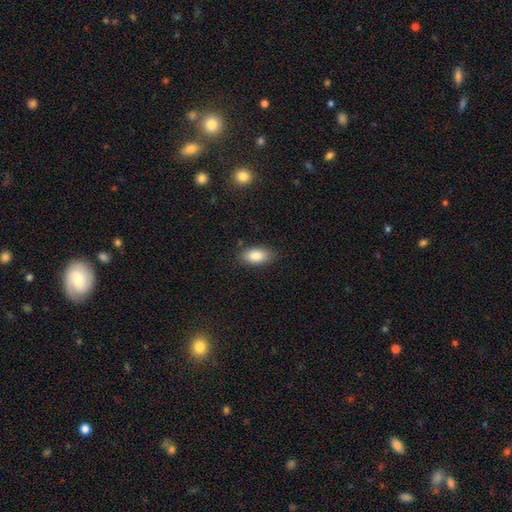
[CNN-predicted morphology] Overall: smooth (85%). How rounded: in between (92%). Merging: none (84%).